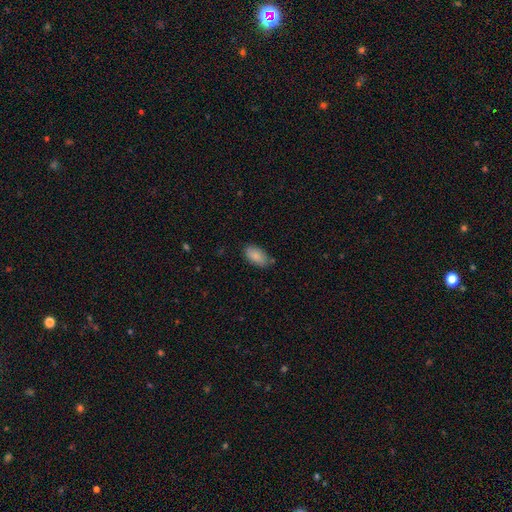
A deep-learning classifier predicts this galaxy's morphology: smooth_or_featured: smooth (p=0.86) [alt: featured or disk p=0.08]
how_rounded: in between (p=0.94) [alt: cigar-shaped p=0.03]
merging: none (p=0.79) [alt: minor disturbance p=0.15]